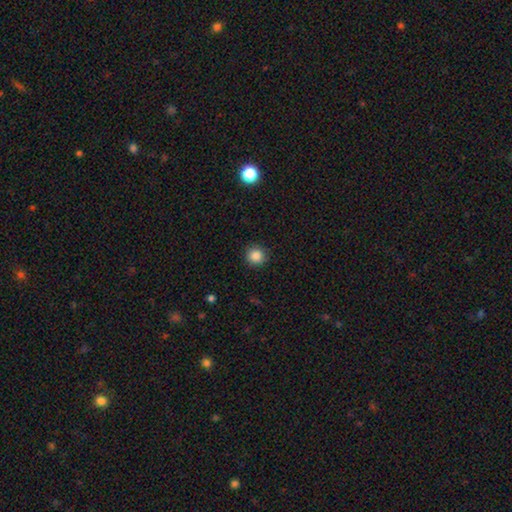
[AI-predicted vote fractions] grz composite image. It shows a smooth galaxy with no disk features (86%) that is round (94%). Merging: none (90%).